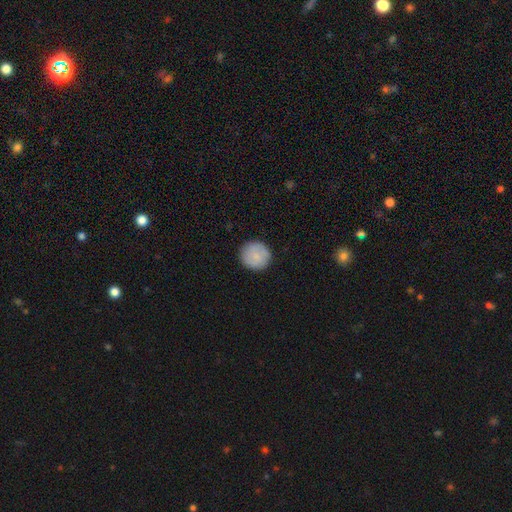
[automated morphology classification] smooth 76%, featured or disk 17%, star or artifact 7%. Down the decision tree: how rounded — round (93%); merging — none (89%).